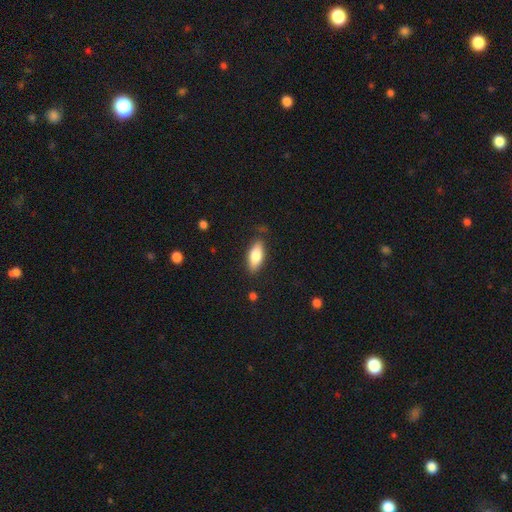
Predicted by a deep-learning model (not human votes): A smooth galaxy with no disk features (79%) that is in between round and cigar-shaped (81%).

Vote fractions:
- Smooth or featured? smooth: 79% / featured or disk: 15% / star or artifact: 6%
- How rounded? in between: 81% / cigar-shaped: 17% / round: 2%
- Merging? none: 82% / minor disturbance: 13% / major disturbance: 3% / merger: 2%